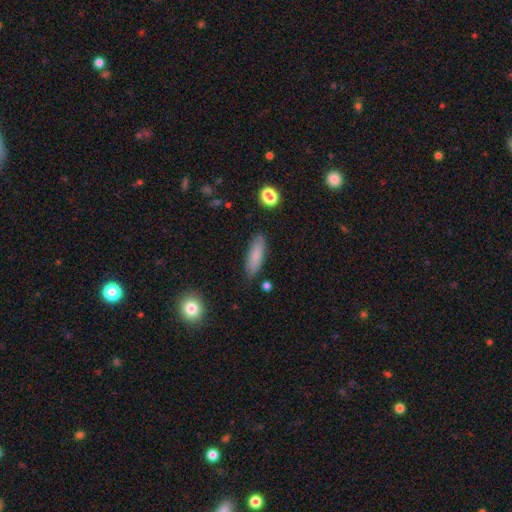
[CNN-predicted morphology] A smooth galaxy with no disk features (83%) that is cigar-shaped (54%).

Vote fractions:
- Smooth or featured? smooth: 83% / featured or disk: 10% / star or artifact: 7%
- How rounded? cigar-shaped: 54% / in between: 44% / round: 2%
- Merging? none: 85% / minor disturbance: 11% / major disturbance: 2% / merger: 2%